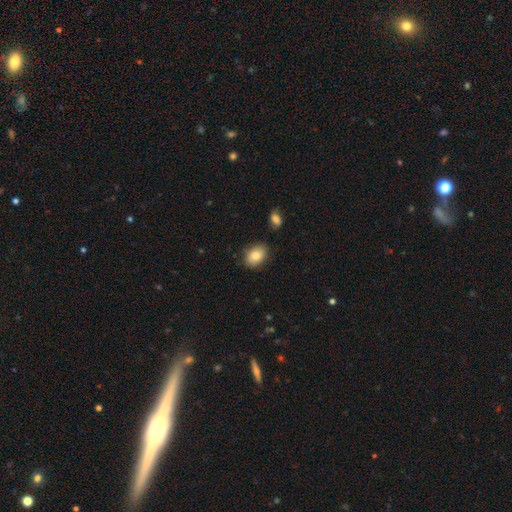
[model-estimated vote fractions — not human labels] Morphology: type=smooth (83%); roundness=in between (77%); merging=none (80%).